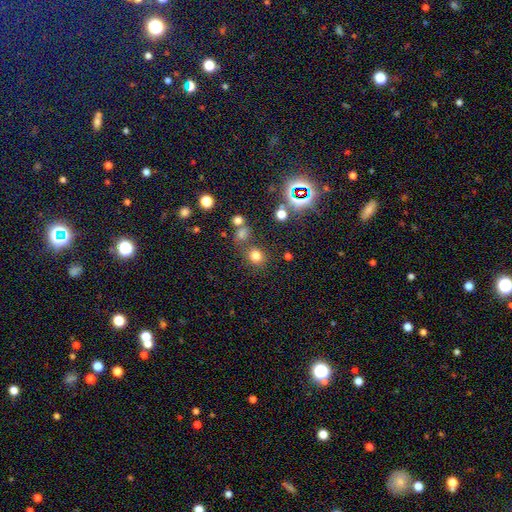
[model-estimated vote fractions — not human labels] Morphology: type=smooth (73%); roundness=round (82%); merging=none (75%).